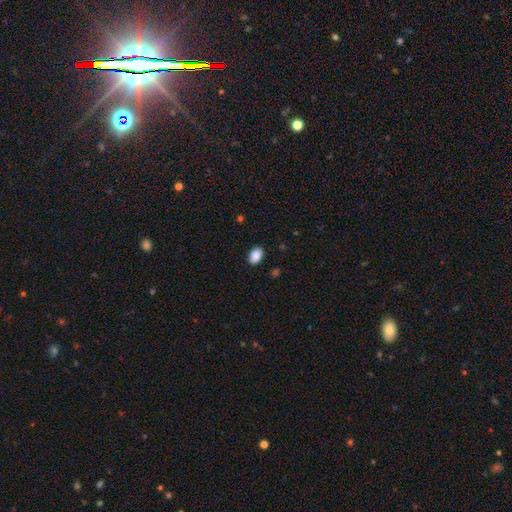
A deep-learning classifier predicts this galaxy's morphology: type=smooth (89%); roundness=in between (84%); merging=none (88%).